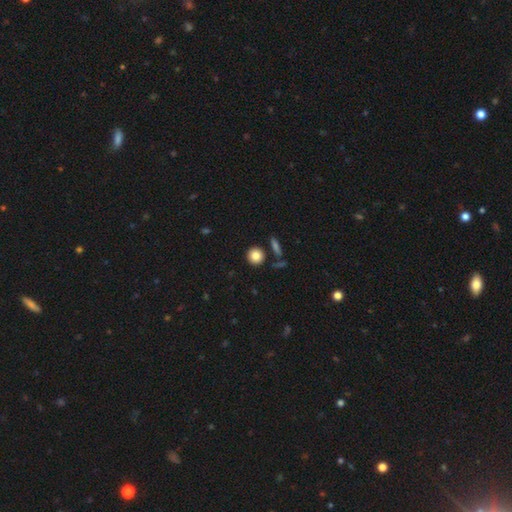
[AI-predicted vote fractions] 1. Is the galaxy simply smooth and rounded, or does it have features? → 84% smooth, 9% star or artifact, 7% featured or disk.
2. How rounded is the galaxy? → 91% round, 8% in between, 1% cigar-shaped.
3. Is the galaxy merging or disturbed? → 85% none, 7% minor disturbance, 6% merger, 2% major disturbance.